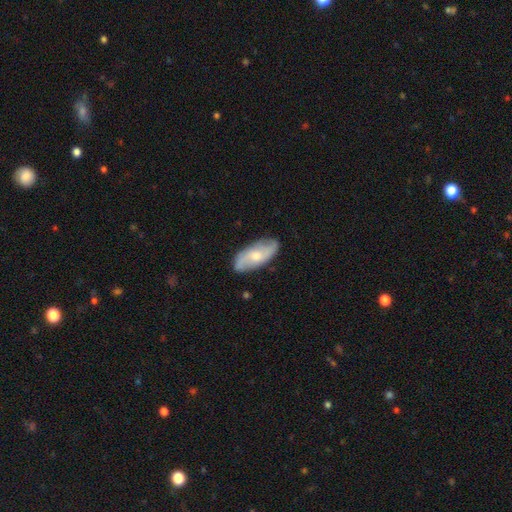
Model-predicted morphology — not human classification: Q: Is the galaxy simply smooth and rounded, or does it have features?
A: featured or disk — 56%.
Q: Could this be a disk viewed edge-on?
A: no — 89%.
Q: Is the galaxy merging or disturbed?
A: none — 81%.